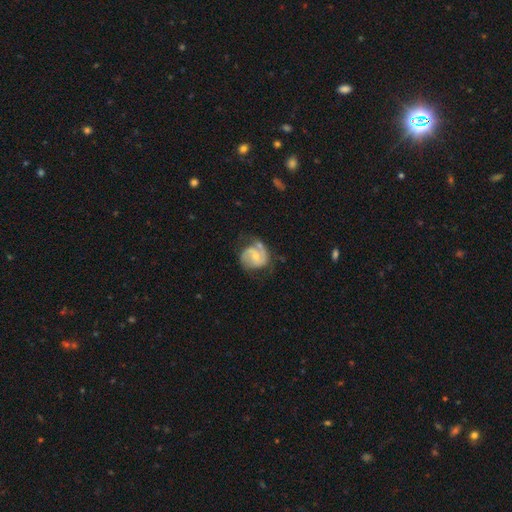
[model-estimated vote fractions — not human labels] This is likely a featured or disk galaxy (74%). It is clearly not viewed edge-on (98%). Bar: possibly no (58%). Spiral arm pattern: clearly yes (91%). Spiral arm count: likely 2 (73%). Spiral winding: possibly medium (45%). Central bulge: possibly small (49%). Merging: possibly none (54%).